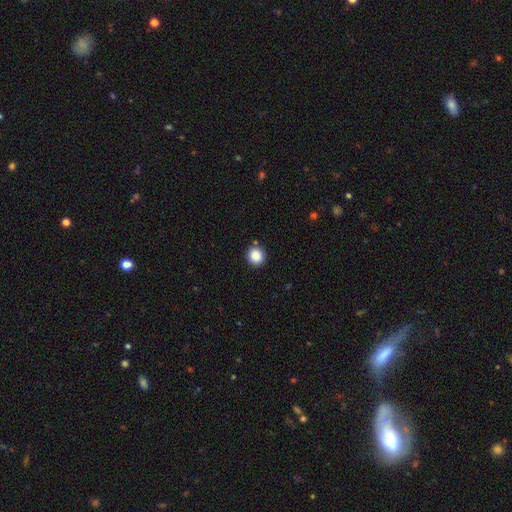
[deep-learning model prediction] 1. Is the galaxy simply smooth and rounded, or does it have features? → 88% smooth, 9% star or artifact, 3% featured or disk.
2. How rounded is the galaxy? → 87% round, 12% in between, 1% cigar-shaped.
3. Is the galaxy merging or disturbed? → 86% none, 9% minor disturbance, 3% merger, 2% major disturbance.